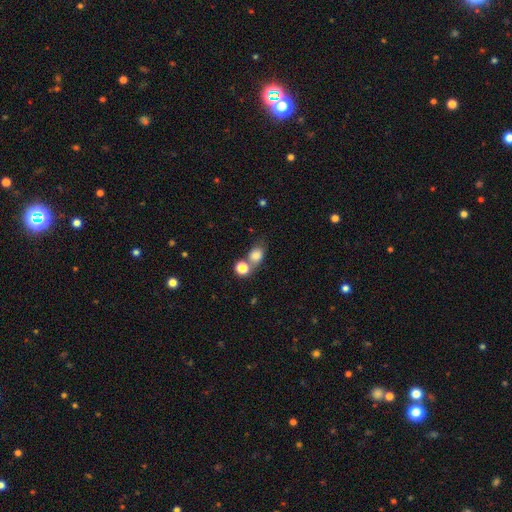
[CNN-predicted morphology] This appears to be a smooth galaxy with no disk features (80%) that is round (50%). Merging: none (46%).